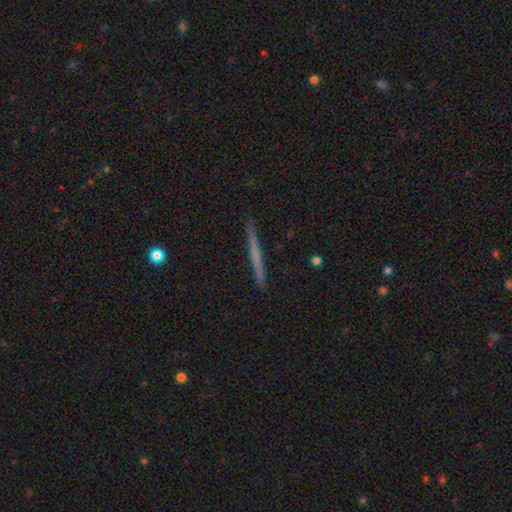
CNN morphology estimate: Smooth or featured: featured or disk — 51% (smooth — 43%)
Edge-on disk: yes — 98% (no — 2%)
Merging: none — 91% (minor disturbance — 6%)